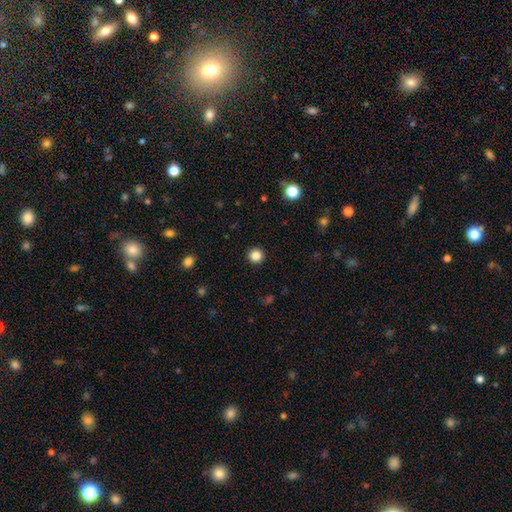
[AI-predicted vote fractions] The model was most divided on "smooth or featured": smooth: 85%, star or artifact: 12%, featured or disk: 4%. More confident: how rounded — round (96%); merging — none (93%).